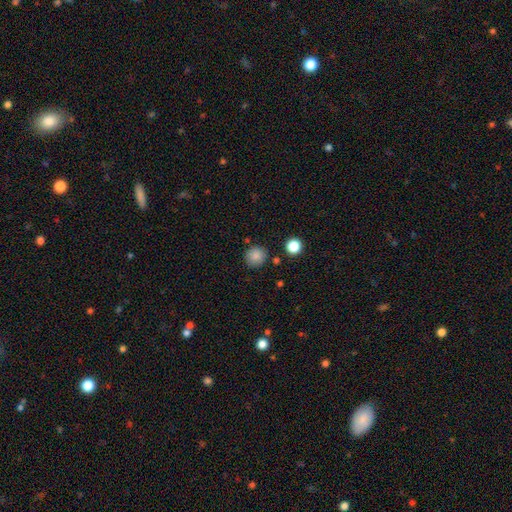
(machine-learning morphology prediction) type=smooth (85%); roundness=round (91%); merging=none (85%).